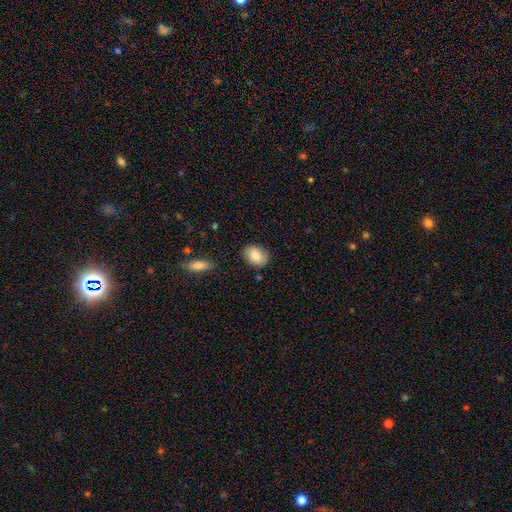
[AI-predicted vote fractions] smooth_or_featured: smooth (p=0.84) [alt: featured or disk p=0.09]
how_rounded: in between (p=0.74) [alt: round p=0.25]
merging: none (p=0.83) [alt: minor disturbance p=0.13]